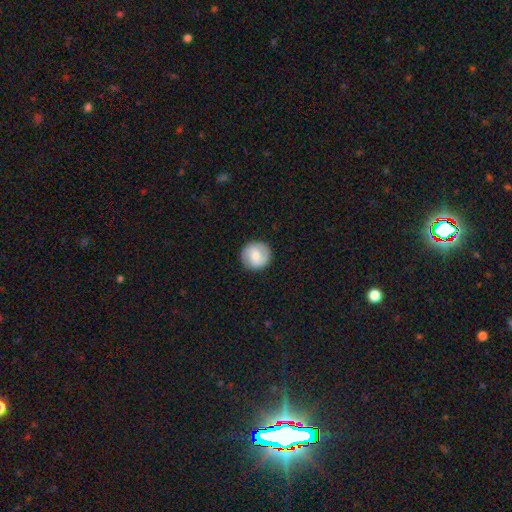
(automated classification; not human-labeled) A smooth galaxy with no disk features (65%) that is round (94%).

Vote fractions:
- Smooth or featured? smooth: 65% / featured or disk: 27% / star or artifact: 7%
- How rounded? round: 94% / in between: 5% / cigar-shaped: 1%
- Merging? none: 89% / minor disturbance: 8% / major disturbance: 2% / merger: 1%